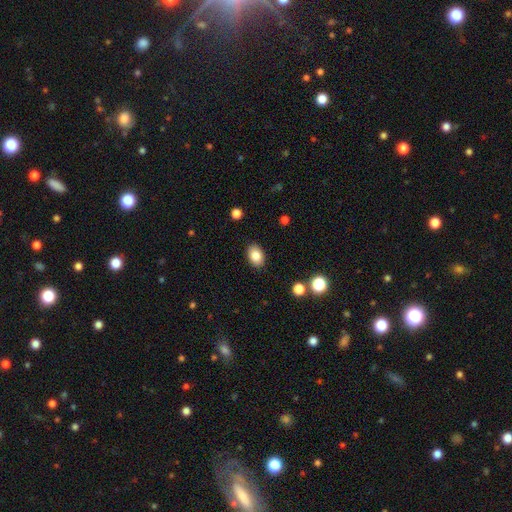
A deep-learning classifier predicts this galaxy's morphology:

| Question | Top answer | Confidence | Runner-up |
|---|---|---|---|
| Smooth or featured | smooth | 84% | star or artifact (9%) |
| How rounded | in between | 83% | round (16%) |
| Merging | none | 88% | minor disturbance (8%) |